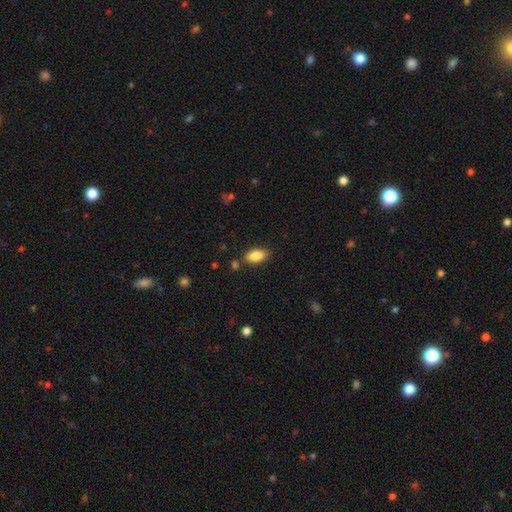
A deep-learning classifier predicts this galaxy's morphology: The model was most divided on "merging": none: 82%, minor disturbance: 12%, merger: 3%, major disturbance: 3%. More confident: how rounded — in between (93%); smooth or featured — smooth (88%).